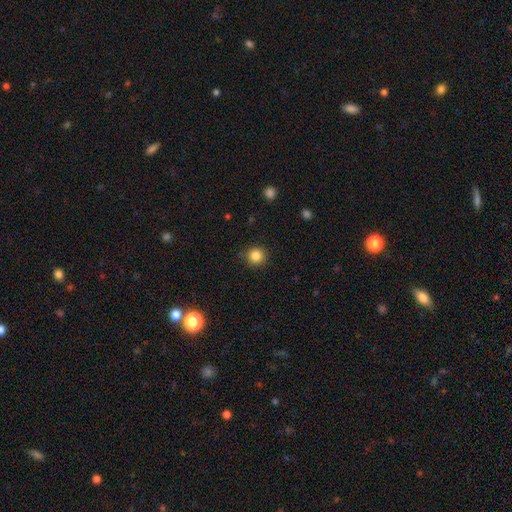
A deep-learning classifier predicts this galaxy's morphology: smooth 84%, star or artifact 11%, featured or disk 5%. Down the decision tree: how rounded — round (94%); merging — none (89%).